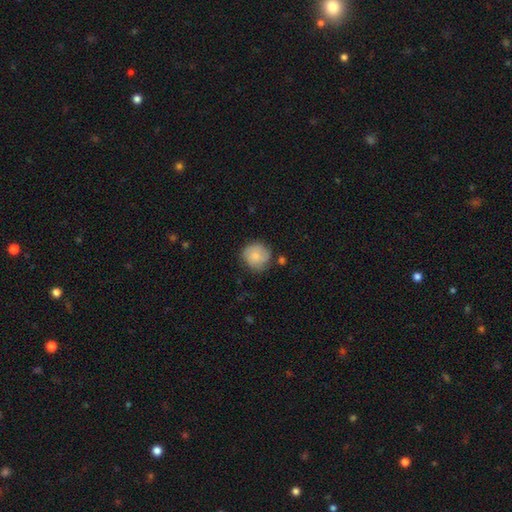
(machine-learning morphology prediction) smooth_or_featured: smooth (p=0.73) [alt: featured or disk p=0.20]
how_rounded: round (p=0.90) [alt: in between p=0.09]
merging: none (p=0.70) [alt: minor disturbance p=0.21]